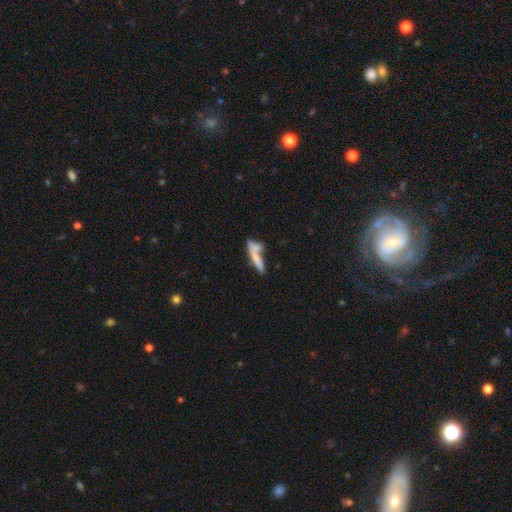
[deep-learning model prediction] Morphology: type=smooth (62%); roundness=cigar-shaped (86%); merging=none (43%).